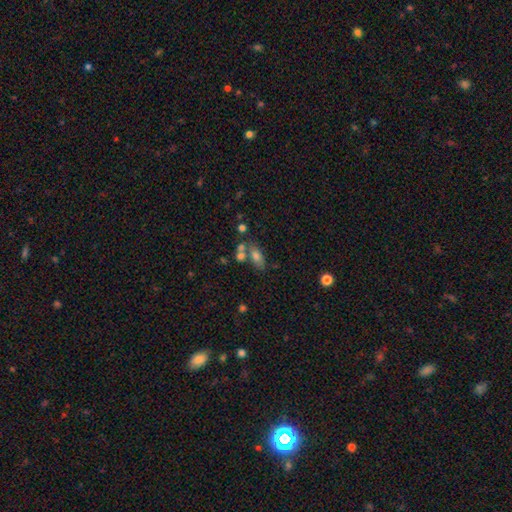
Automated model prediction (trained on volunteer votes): Smooth or featured: smooth — 63% (featured or disk — 21%)
How rounded: in between — 79% (cigar-shaped — 12%)
Merging: none — 54% (merger — 28%)